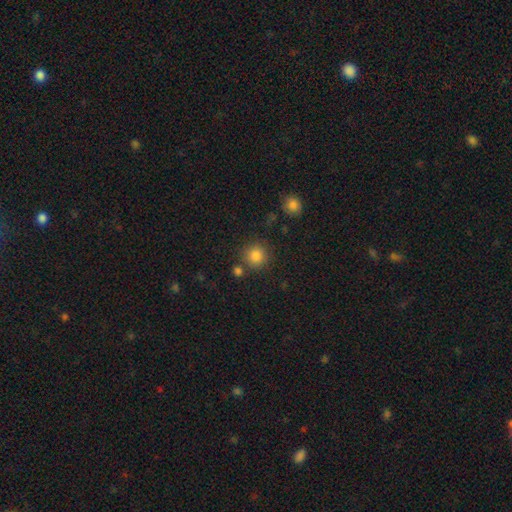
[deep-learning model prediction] Smooth or featured: smooth — 84% (star or artifact — 11%)
How rounded: round — 93% (in between — 6%)
Merging: none — 80% (minor disturbance — 8%)